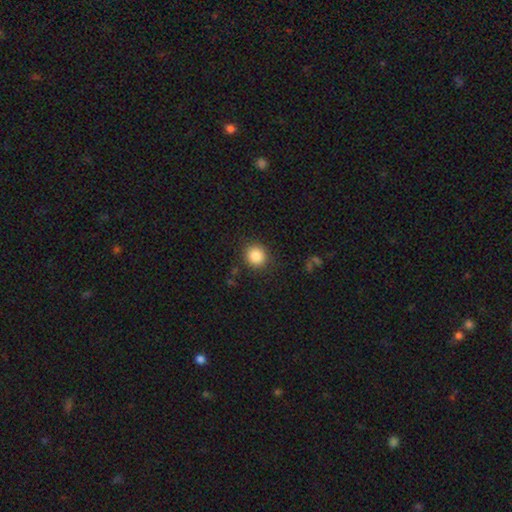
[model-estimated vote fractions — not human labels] Overall: smooth (86%). How rounded: round (87%). Merging: none (87%).